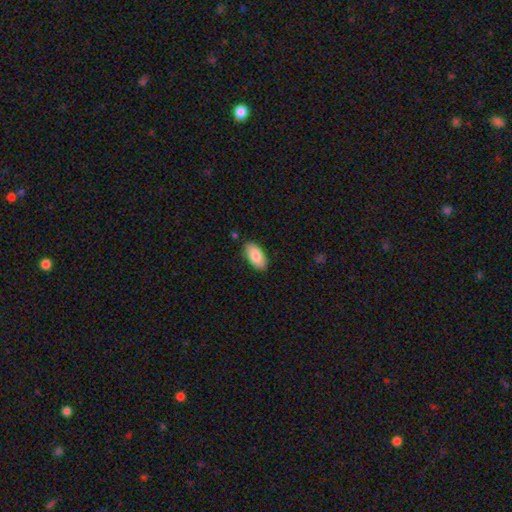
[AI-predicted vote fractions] Smooth or featured? smooth (84%)
How rounded? in between (94%)
Merging? none (85%)